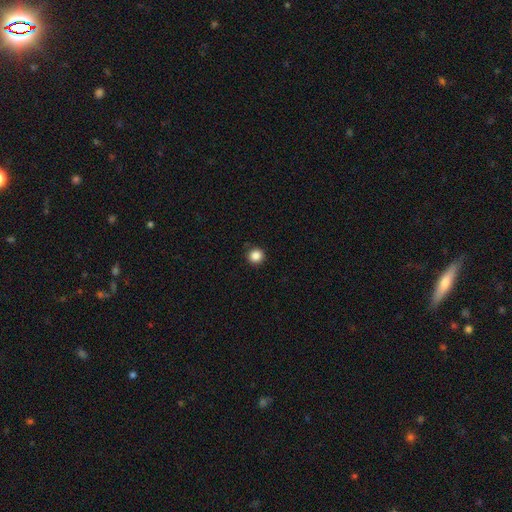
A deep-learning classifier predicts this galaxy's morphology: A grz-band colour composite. It shows a smooth galaxy with no disk features (86%) that is round (95%). Merging: none (92%).